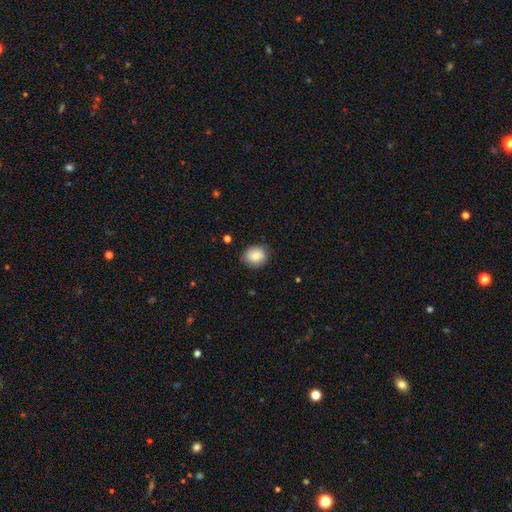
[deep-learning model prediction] Smooth or featured? smooth (84%)
How rounded? round (62%)
Merging? none (80%)